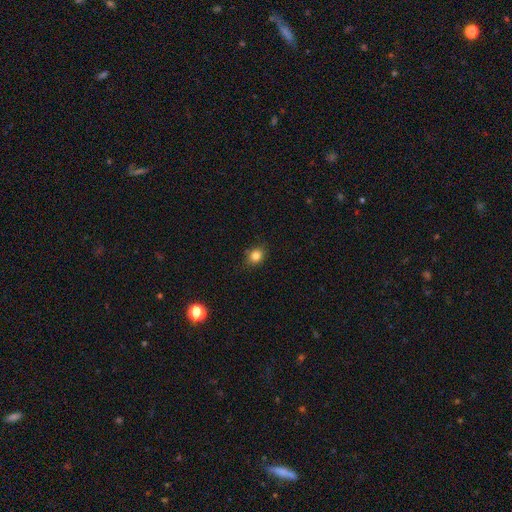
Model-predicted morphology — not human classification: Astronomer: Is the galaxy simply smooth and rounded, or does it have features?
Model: smooth — 83%.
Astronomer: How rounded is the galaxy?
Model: round — 56% (runner-up: in between, 43%).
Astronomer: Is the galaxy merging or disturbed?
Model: none — 83%.